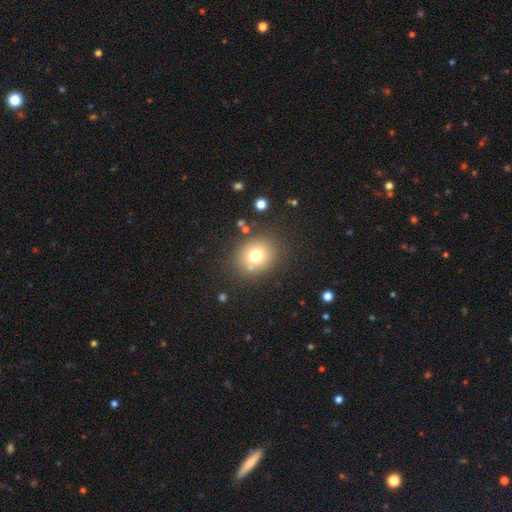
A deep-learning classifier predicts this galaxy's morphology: Overall: smooth (73%). How rounded: round (73%). Merging: none (81%).